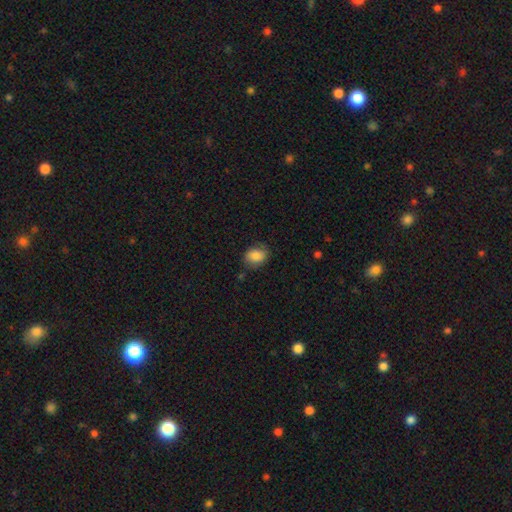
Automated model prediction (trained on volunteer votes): A smooth galaxy with no disk features (83%) that is in between round and cigar-shaped (63%). Merging: none (72%).